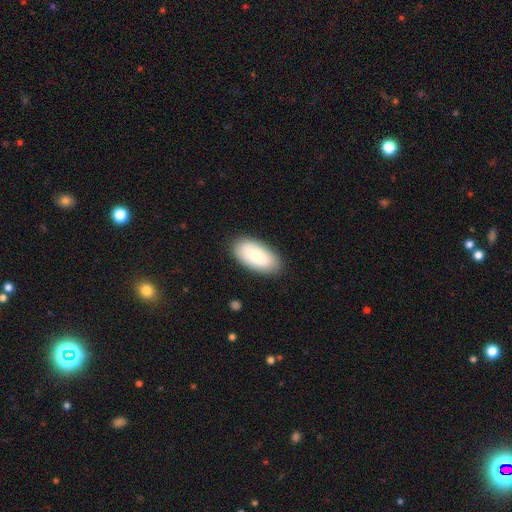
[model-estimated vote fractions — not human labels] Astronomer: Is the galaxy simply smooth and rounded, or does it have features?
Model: smooth — 81%.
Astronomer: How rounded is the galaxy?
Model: in between — 94%.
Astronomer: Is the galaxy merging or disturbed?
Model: none — 86%.